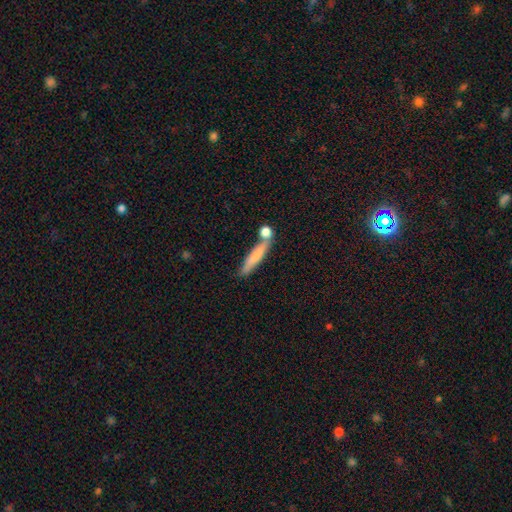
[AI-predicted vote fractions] Smooth or featured?
  - smooth: 72% *
  - featured or disk: 22%
  - star or artifact: 7%
How rounded?
  - cigar-shaped: 88% *
  - in between: 10%
  - round: 3%
Merging?
  - none: 63% *
  - merger: 19%
  - minor disturbance: 14%
  - major disturbance: 4%